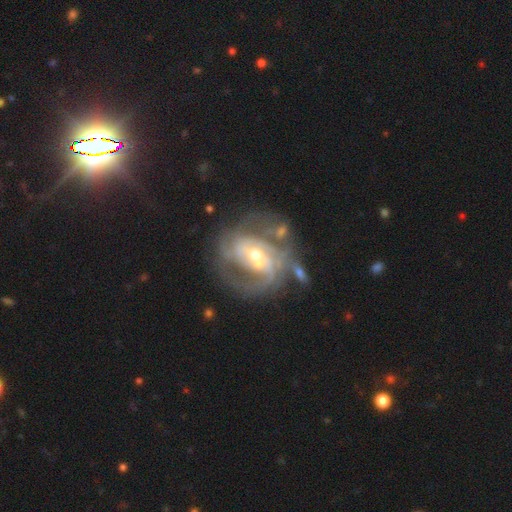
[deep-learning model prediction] Smooth or featured? featured or disk (86%)
Edge-on disk? no (97%)
Bar? weak (42%)
Spiral arms? yes (93%)
Spiral winding? tight (47%)
Spiral arm count? 2 (35%)
Bulge size? moderate (51%)
Merging? none (53%)